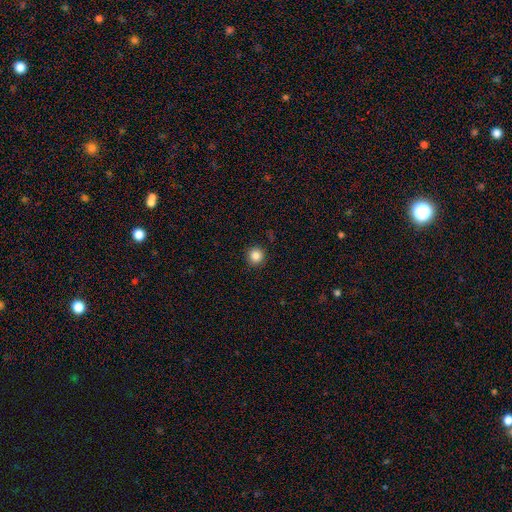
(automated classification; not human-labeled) smooth-or-featured: smooth: 85% | star or artifact: 11% | featured or disk: 4%
  how-rounded: round: 95% | in between: 4% | cigar-shaped: 1%
  merging: none: 91% | minor disturbance: 6% | major disturbance: 2% | merger: 1%